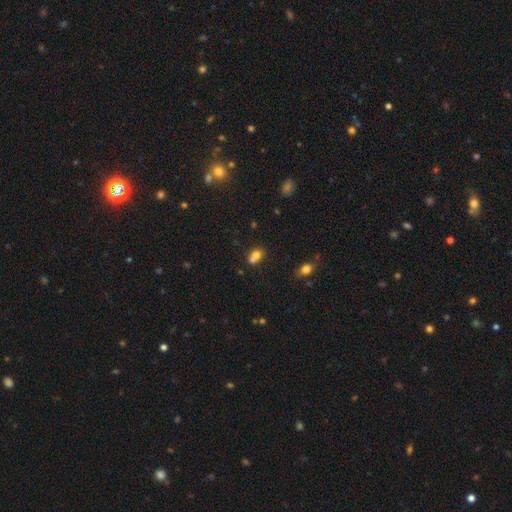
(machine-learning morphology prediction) The model was most divided on "how rounded": round: 55%, in between: 43%, cigar-shaped: 1%. More confident: smooth or featured — smooth (73%); merging — merger (55%).